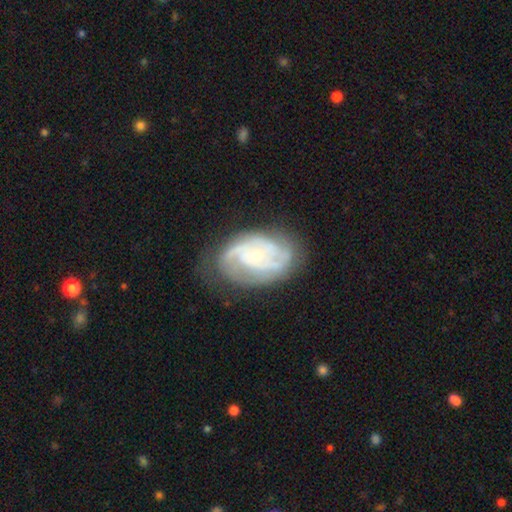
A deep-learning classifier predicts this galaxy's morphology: smooth_or_featured: featured or disk (p=0.82) [alt: smooth p=0.12]
disk_edge_on: no (p=0.97) [alt: yes p=0.03]
bar: no (p=0.70) [alt: weak p=0.24]
has_spiral_arms: yes (p=0.90) [alt: no p=0.10]
spiral_winding: tight (p=0.51) [alt: medium p=0.38]
spiral_arm_count: 2 (p=0.37) [alt: can't tell p=0.29]
bulge_size: small (p=0.64) [alt: moderate p=0.32]
merging: none (p=0.65) [alt: minor disturbance p=0.22]